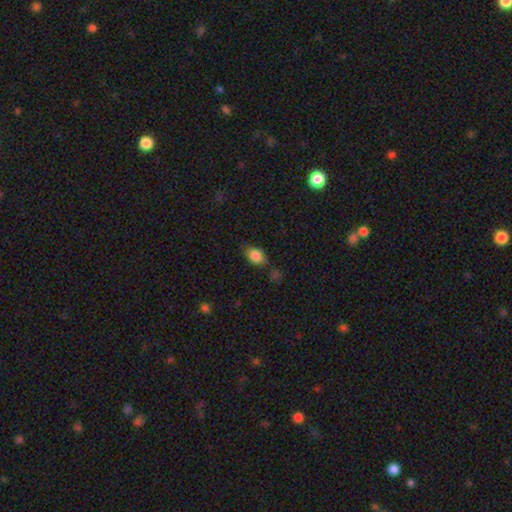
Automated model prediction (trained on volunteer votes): Smooth or featured: smooth — 85% (star or artifact — 9%)
How rounded: in between — 76% (round — 22%)
Merging: none — 66% (minor disturbance — 21%)